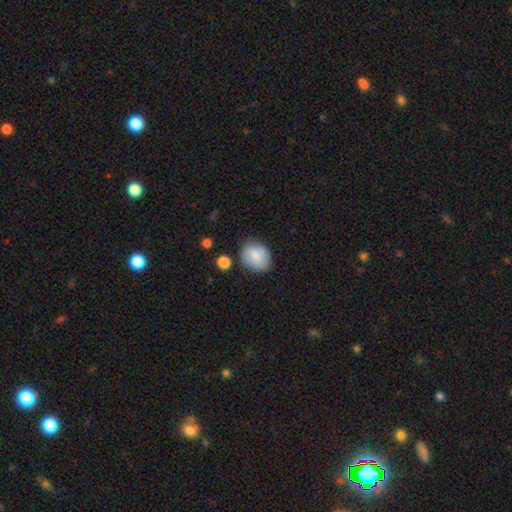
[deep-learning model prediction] Smooth or featured? Predicted: smooth (p=0.81). How rounded? Predicted: round (p=0.50). Merging? Predicted: none (p=0.71).